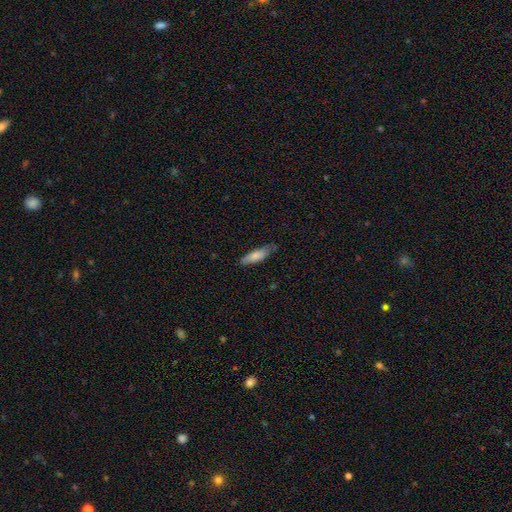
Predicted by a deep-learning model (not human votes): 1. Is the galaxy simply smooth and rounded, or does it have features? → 78% smooth, 16% featured or disk, 6% star or artifact.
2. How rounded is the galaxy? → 52% cigar-shaped, 46% in between, 2% round.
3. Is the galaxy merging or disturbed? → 72% none, 22% minor disturbance, 4% major disturbance, 2% merger.